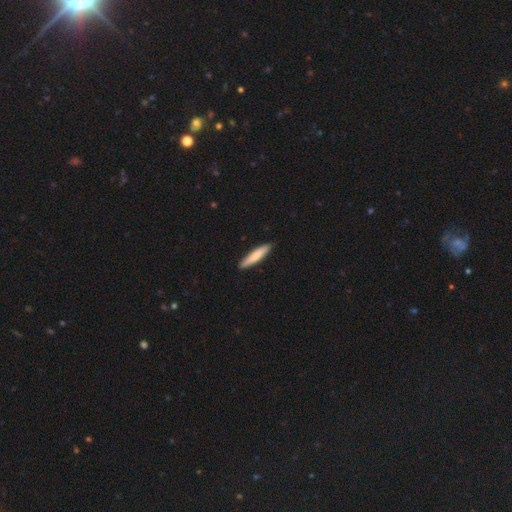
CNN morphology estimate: Overall: smooth (76%). How rounded: cigar-shaped (89%). Merging: none (90%).